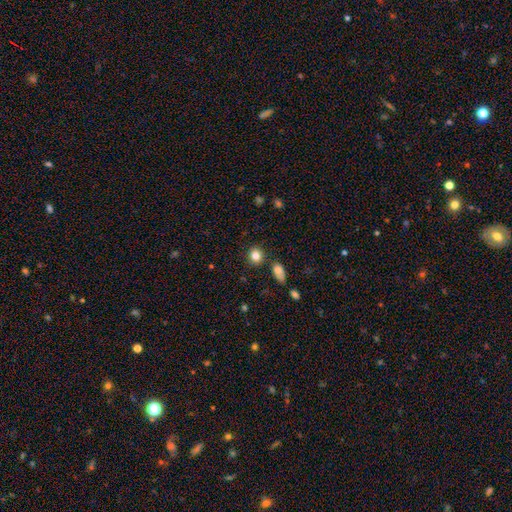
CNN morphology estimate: smooth_or_featured: smooth (p=0.83) [alt: star or artifact p=0.11]
how_rounded: round (p=0.85) [alt: in between p=0.14]
merging: none (p=0.85) [alt: minor disturbance p=0.08]